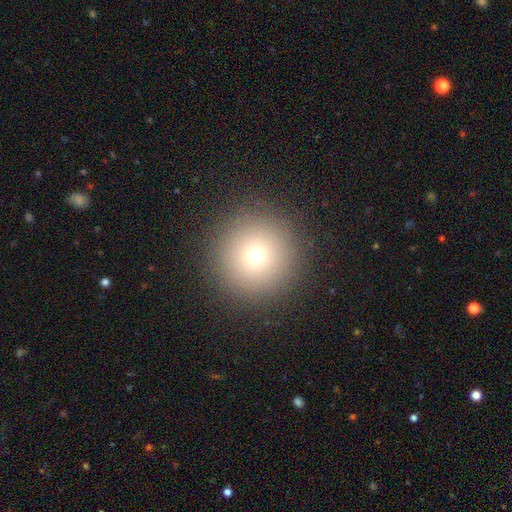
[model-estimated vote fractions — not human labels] This is likely a smooth galaxy (74%). How rounded: clearly round (96%). Merging: clearly none (91%).